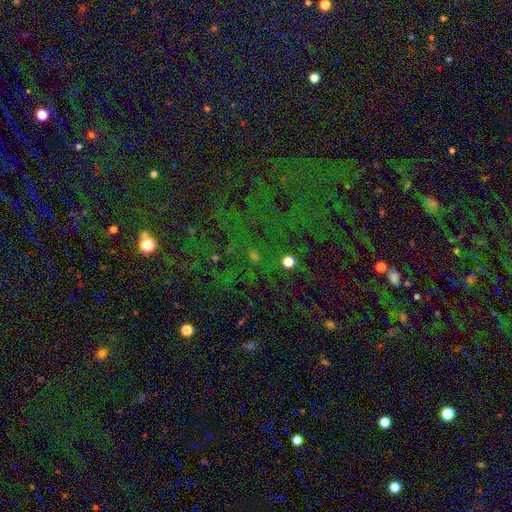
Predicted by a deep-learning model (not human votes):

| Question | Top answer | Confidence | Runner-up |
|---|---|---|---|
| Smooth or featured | star or artifact | 78% | smooth (15%) |